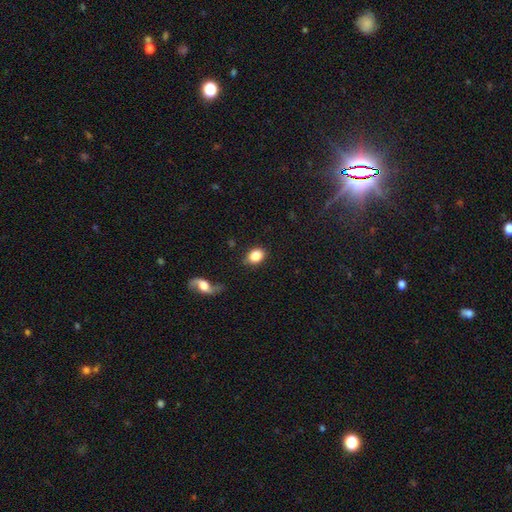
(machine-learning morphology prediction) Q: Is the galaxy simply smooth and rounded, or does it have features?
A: smooth — 83%.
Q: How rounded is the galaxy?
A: in between — 66%.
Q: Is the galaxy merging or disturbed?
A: none — 79%.